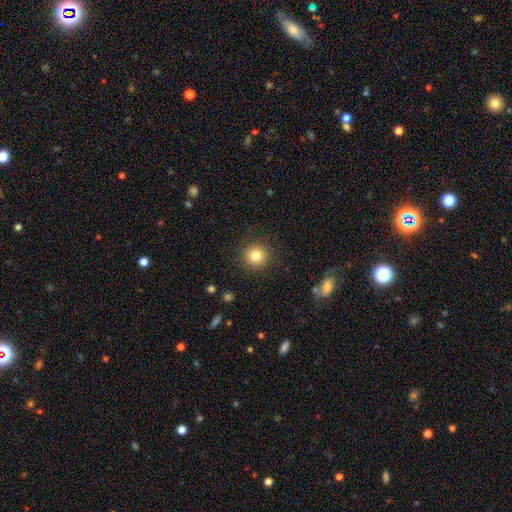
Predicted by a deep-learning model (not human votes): This appears to be a smooth galaxy with no disk features (81%) that is round (94%). Merging: none (90%).